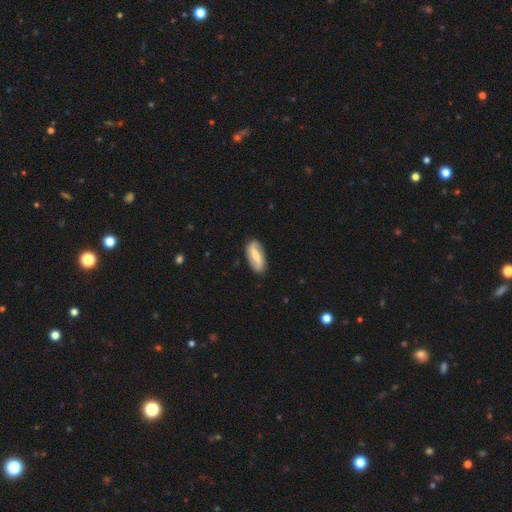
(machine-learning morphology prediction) The model was most divided on "bulge size": small: 43%, moderate: 37%, none: 13%, large: 5%, dominant: 2%. Remaining: edge-on disk — no (91%); merging — none (85%); spiral arms — yes (81%); smooth or featured — featured or disk (56%); bar — strong (46%).